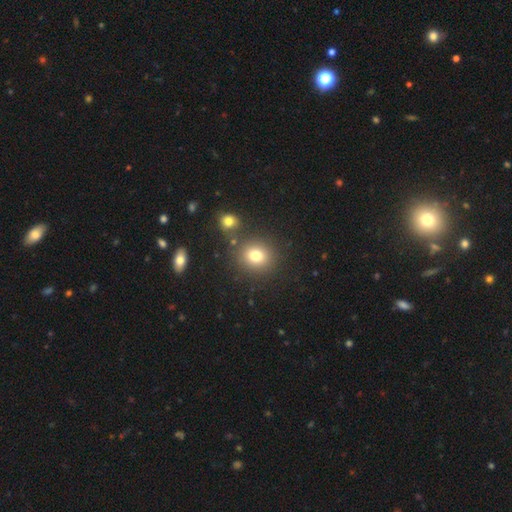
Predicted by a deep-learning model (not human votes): Morphology: type=smooth (78%); roundness=round (83%); merging=none (79%).